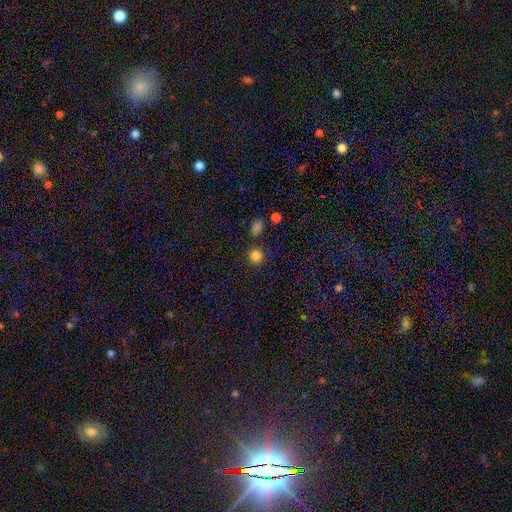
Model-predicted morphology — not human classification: A smooth galaxy with no disk features (82%) that is round (89%).

Vote fractions:
- Smooth or featured? smooth: 82% / star or artifact: 13% / featured or disk: 5%
- How rounded? round: 89% / in between: 10% / cigar-shaped: 1%
- Merging? none: 83% / minor disturbance: 9% / merger: 5% / major disturbance: 3%